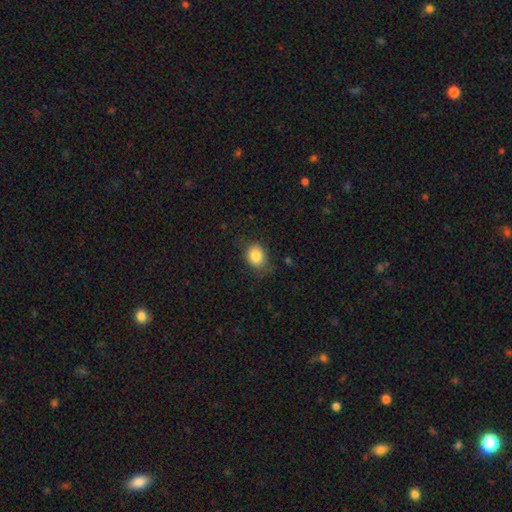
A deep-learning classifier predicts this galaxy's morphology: Smooth or featured? smooth (84%)
How rounded? round (51%)
Merging? none (75%)